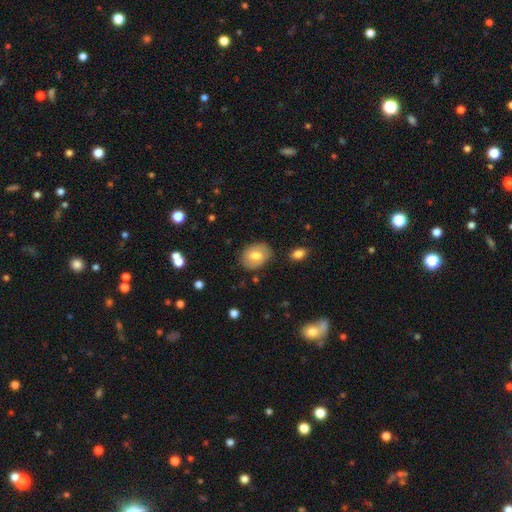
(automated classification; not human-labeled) smooth 70%, featured or disk 22%, star or artifact 8%. Down the decision tree: how rounded — in between (66%); merging — none (81%).